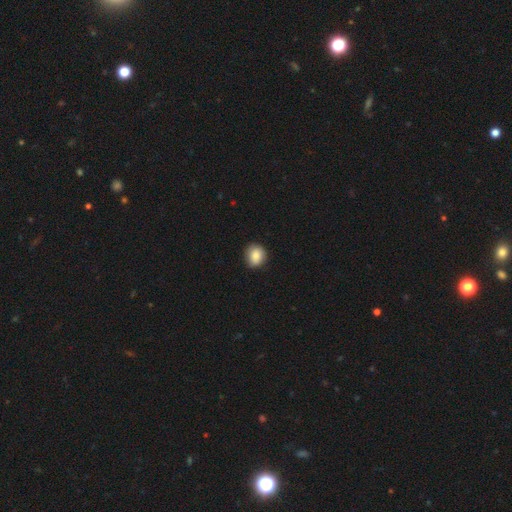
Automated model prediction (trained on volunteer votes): The model was most divided on "how rounded": round: 74%, in between: 25%, cigar-shaped: 1%. More confident: merging — none (84%); smooth or featured — smooth (84%).